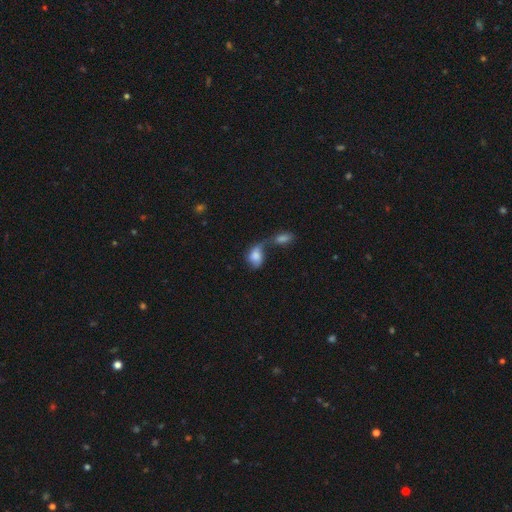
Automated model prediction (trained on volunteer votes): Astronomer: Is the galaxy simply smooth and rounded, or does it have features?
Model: smooth — 68%.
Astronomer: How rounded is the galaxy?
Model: in between — 73%.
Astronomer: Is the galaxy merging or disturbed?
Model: merger — 63%.